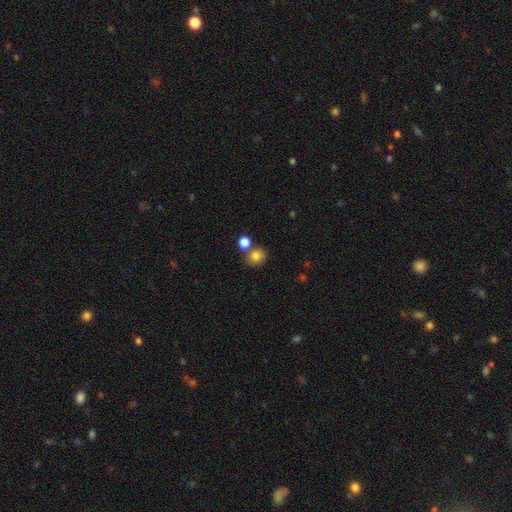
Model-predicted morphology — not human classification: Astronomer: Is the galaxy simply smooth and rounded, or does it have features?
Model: smooth — 81%.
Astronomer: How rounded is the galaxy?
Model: round — 77%.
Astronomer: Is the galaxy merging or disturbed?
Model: none — 65%.